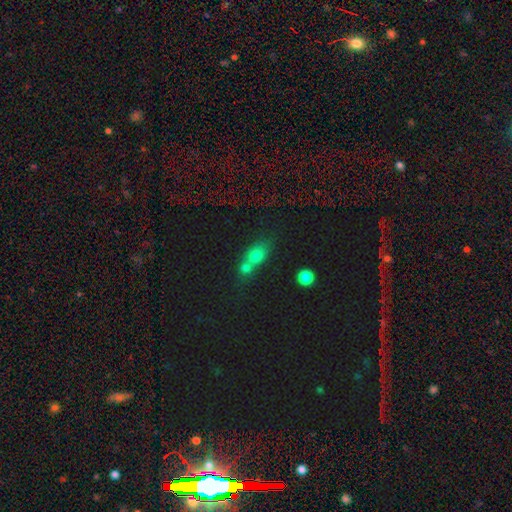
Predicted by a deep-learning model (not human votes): smooth-or-featured: smooth: 72% | star or artifact: 15% | featured or disk: 13%
  how-rounded: in between: 54% | round: 39% | cigar-shaped: 7%
  merging: merger: 62% | none: 26% | minor disturbance: 8% | major disturbance: 5%